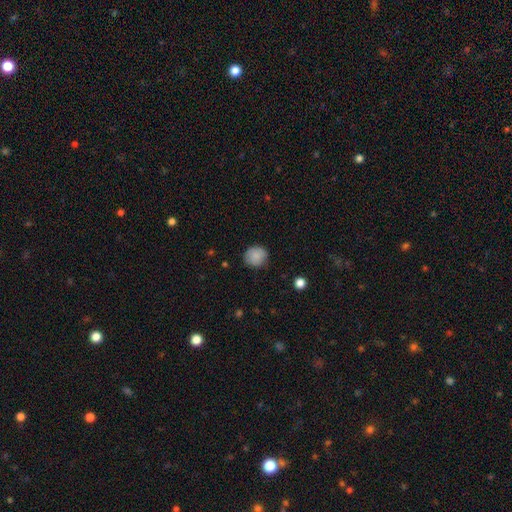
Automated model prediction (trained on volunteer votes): smooth 87%, star or artifact 8%, featured or disk 5%. Down the decision tree: how rounded — round (84%); merging — none (83%).